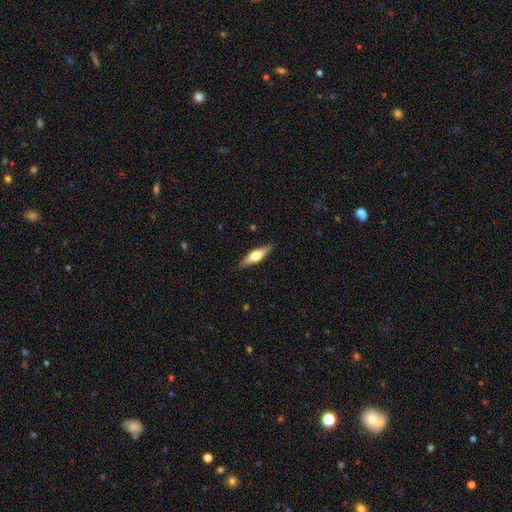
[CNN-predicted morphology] This is possibly a featured or disk galaxy (51%). It is clearly viewed edge-on (94%). Merging: clearly none (88%).